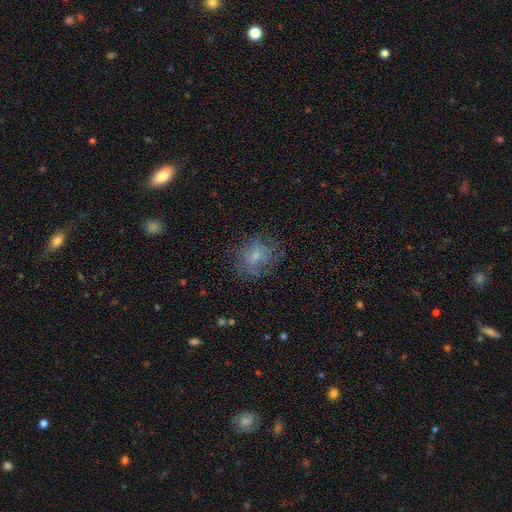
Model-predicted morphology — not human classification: The model was most divided on "how rounded": round: 55%, in between: 43%, cigar-shaped: 1%. More confident: merging — none (67%); smooth or featured — smooth (62%).